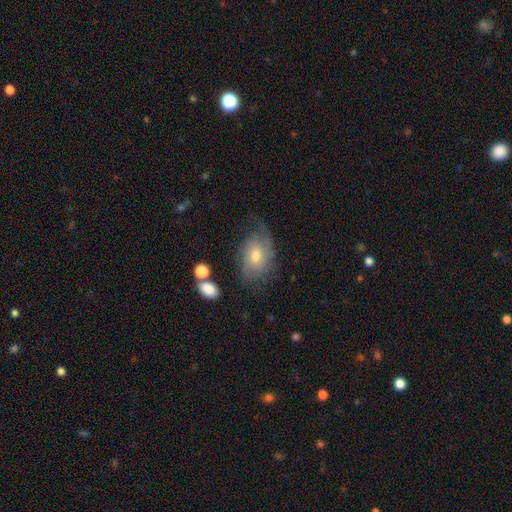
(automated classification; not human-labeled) Q: Smooth or featured?
A: featured or disk (61%); runner-up: smooth (31%)
Q: Edge-on disk?
A: no (94%); runner-up: yes (6%)
Q: Bar?
A: no (67%); runner-up: weak (28%)
Q: Spiral arms?
A: yes (85%); runner-up: no (15%)
Q: Bulge size?
A: moderate (58%); runner-up: small (36%)
Q: Merging?
A: none (52%); runner-up: minor disturbance (25%)